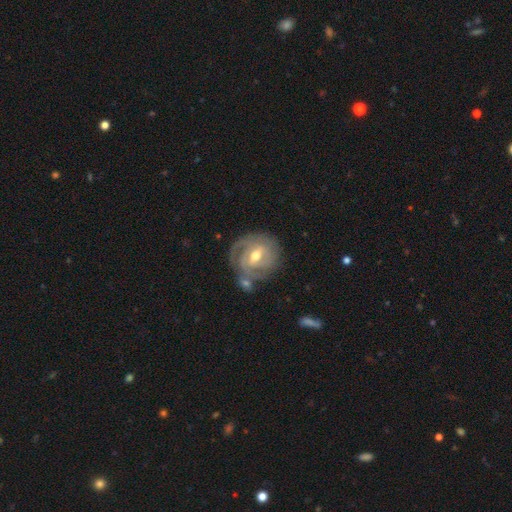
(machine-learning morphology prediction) This is clearly a featured or disk galaxy (81%). It is clearly not viewed edge-on (97%). Bar: possibly weak (55%). Spiral arm pattern: clearly yes (91%). Spiral arm count: marginally 2 (33%). Spiral winding: likely tight (65%). Central bulge: likely moderate (73%). Merging: possibly none (59%).